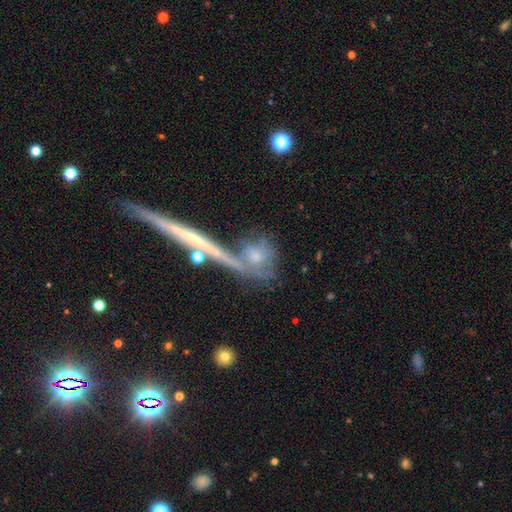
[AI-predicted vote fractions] Q: Smooth or featured?
A: smooth (45%); runner-up: featured or disk (43%)
Q: Merging?
A: none (41%); runner-up: merger (33%)